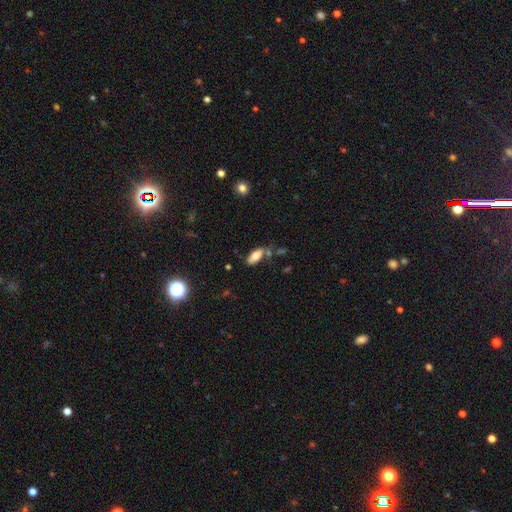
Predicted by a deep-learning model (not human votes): Q: Smooth or featured?
A: smooth (77%); runner-up: featured or disk (15%)
Q: How rounded?
A: in between (86%); runner-up: cigar-shaped (12%)
Q: Merging?
A: none (67%); runner-up: minor disturbance (17%)